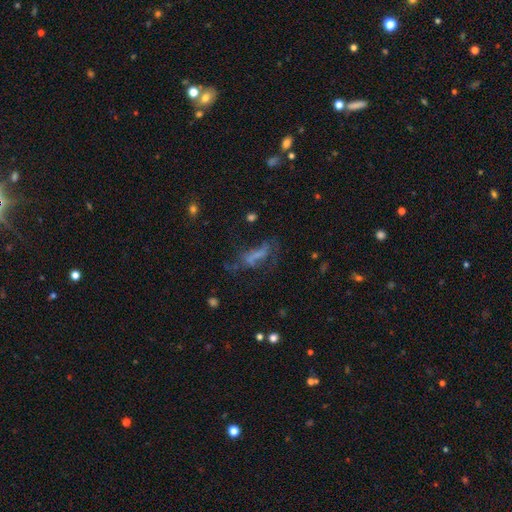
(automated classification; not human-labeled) smooth_or_featured: featured or disk (p=0.39) [tied with: smooth p=0.39]
merging: major disturbance (p=0.38) [alt: none p=0.36]